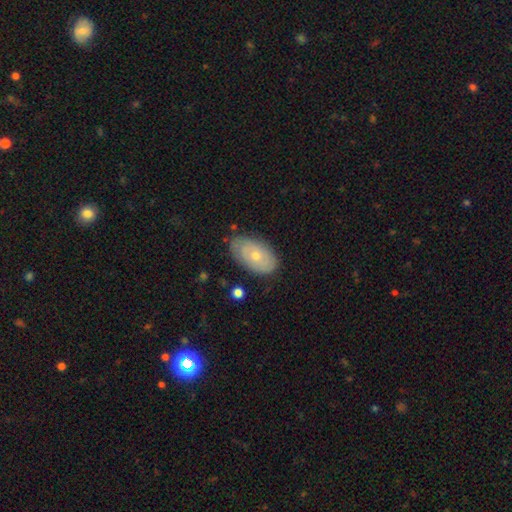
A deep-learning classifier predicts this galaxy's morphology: smooth_or_featured: smooth (p=0.49) [alt: featured or disk p=0.45]
merging: none (p=0.76) [alt: minor disturbance p=0.19]